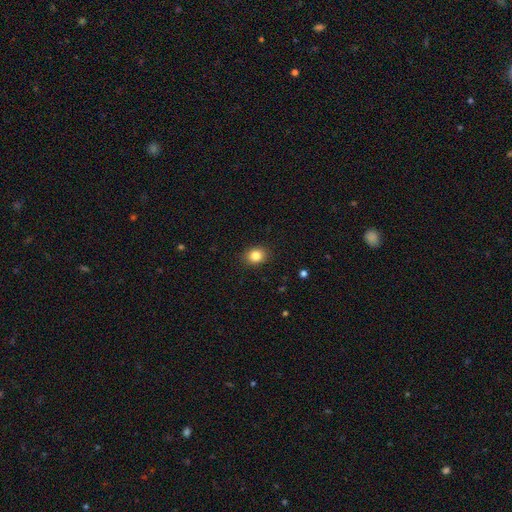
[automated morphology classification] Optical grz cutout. It shows a smooth galaxy with no disk features (85%) that is round (62%). Merging: none (90%).